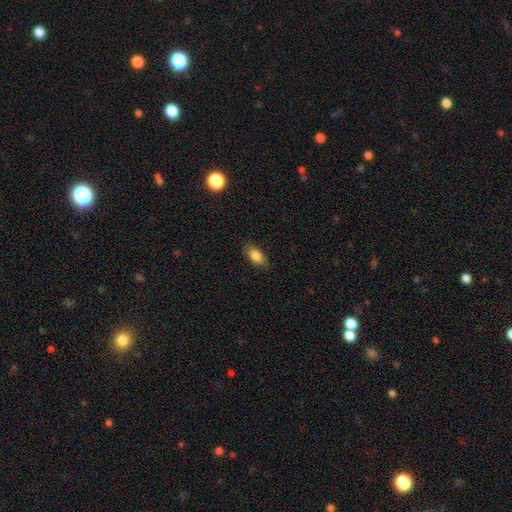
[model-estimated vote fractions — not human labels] This is clearly a smooth galaxy (84%). How rounded: clearly in between (88%). Merging: clearly none (85%).